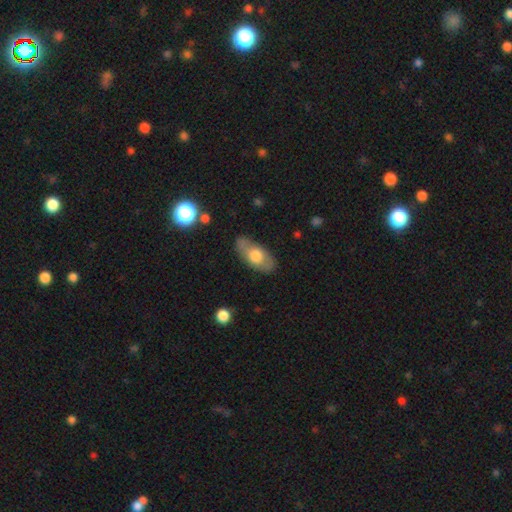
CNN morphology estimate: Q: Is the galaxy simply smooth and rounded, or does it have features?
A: smooth — 60%.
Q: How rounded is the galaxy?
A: in between — 87%.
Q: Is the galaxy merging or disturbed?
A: none — 79%.